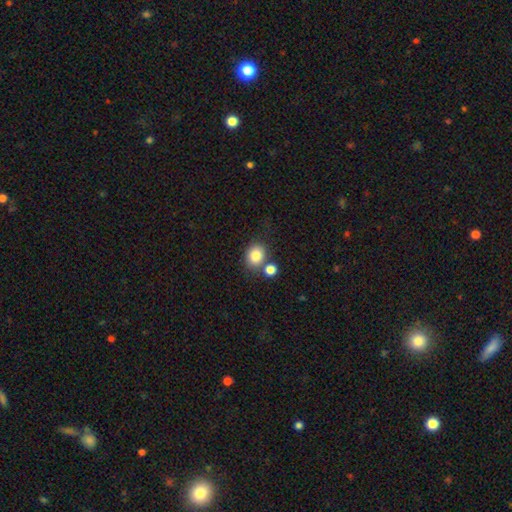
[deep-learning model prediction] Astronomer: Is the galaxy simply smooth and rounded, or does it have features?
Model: smooth — 83%.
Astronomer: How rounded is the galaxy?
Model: round — 63%.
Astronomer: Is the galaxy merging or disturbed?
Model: none — 65%.